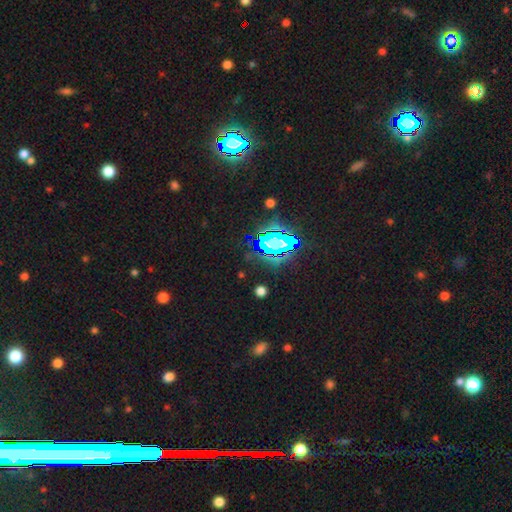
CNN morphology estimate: smooth_or_featured: star or artifact (p=0.81) [alt: smooth p=0.11]